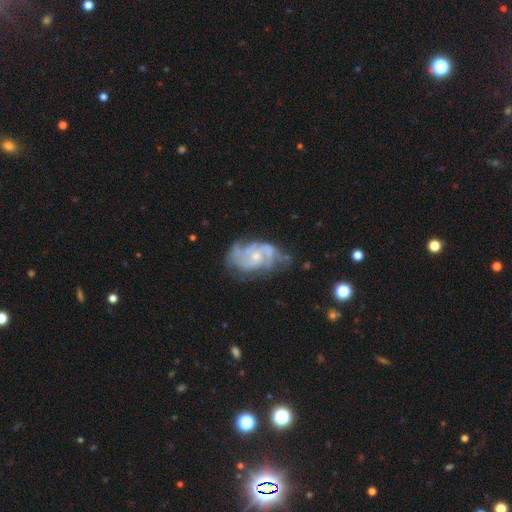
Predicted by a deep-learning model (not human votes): Overall: featured or disk (84%). Edge-on disk: no (97%). Bar: no (66%; weak 29%). Spiral arms: yes (92%). Spiral arm count: 2 (38%; 3 24%). Spiral winding: medium (46%; tight 39%). Bulge size: small (58%; moderate 36%). Merging: none (55%; minor disturbance 27%).